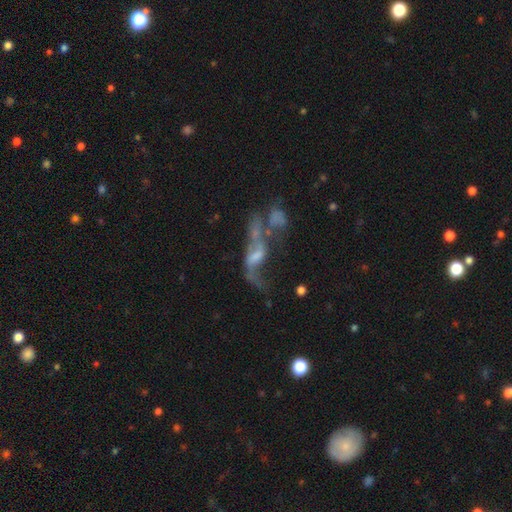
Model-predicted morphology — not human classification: Q: Smooth or featured?
A: featured or disk (66%); runner-up: smooth (20%)
Q: Edge-on disk?
A: no (89%); runner-up: yes (11%)
Q: Bar?
A: no (49%); runner-up: weak (35%)
Q: Spiral arms?
A: yes (61%); runner-up: no (39%)
Q: Bulge size?
A: none (34%); runner-up: small (30%)
Q: Merging?
A: merger (45%); runner-up: major disturbance (26%)